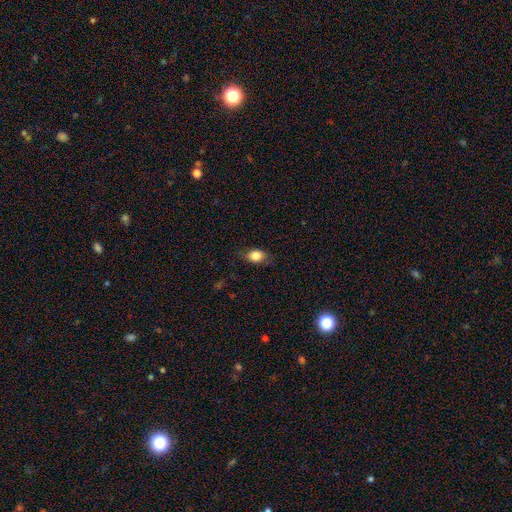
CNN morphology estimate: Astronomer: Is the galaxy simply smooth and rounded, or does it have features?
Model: smooth — 81%.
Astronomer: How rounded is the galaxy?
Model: in between — 70%.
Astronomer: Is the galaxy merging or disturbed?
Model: none — 74%.